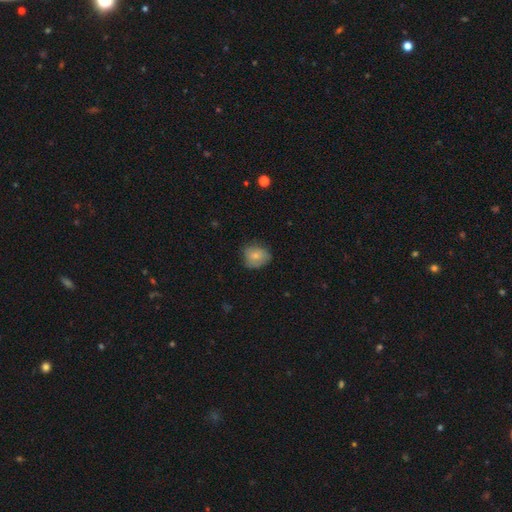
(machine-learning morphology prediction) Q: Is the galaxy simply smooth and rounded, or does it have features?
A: smooth — 76%.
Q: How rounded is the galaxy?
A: round — 67%.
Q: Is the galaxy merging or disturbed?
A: none — 66%.